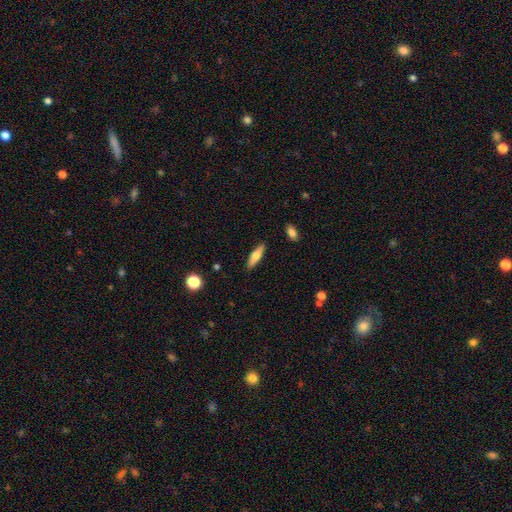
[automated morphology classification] smooth_or_featured: smooth (p=0.64) [alt: featured or disk p=0.30]
how_rounded: cigar-shaped (p=0.66) [alt: in between p=0.32]
merging: none (p=0.88) [alt: minor disturbance p=0.08]